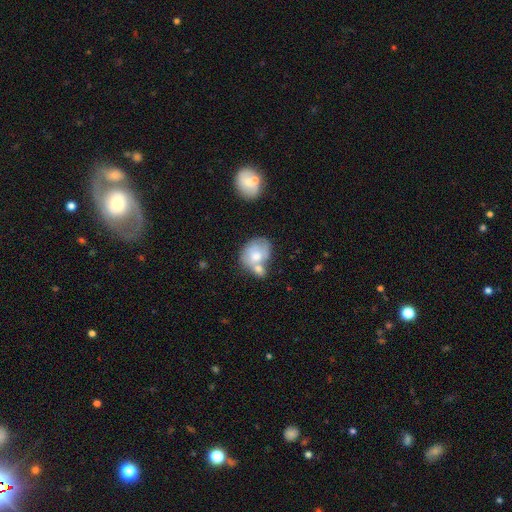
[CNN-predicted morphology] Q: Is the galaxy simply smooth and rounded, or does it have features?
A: smooth — 68%.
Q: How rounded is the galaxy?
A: in between — 55%.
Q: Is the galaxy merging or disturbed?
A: merger — 46%.